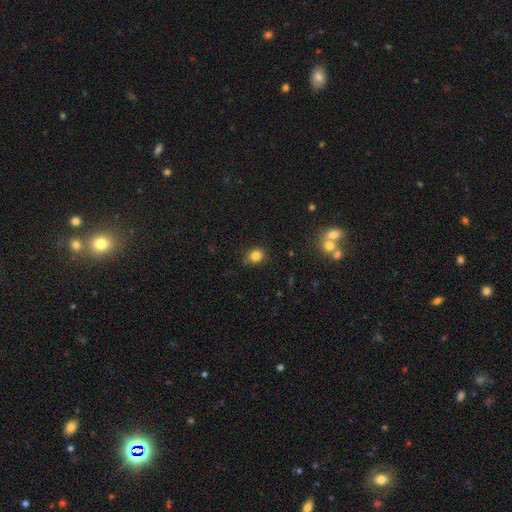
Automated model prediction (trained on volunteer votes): Q: Smooth or featured?
A: smooth (82%); runner-up: star or artifact (13%)
Q: How rounded?
A: round (70%); runner-up: in between (29%)
Q: Merging?
A: none (78%); runner-up: minor disturbance (17%)